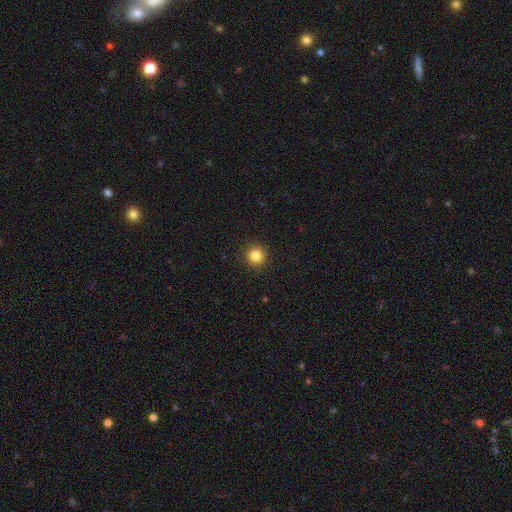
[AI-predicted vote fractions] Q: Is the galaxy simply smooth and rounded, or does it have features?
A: smooth — 84%.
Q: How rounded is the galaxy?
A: round — 94%.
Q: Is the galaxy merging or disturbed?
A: none — 92%.